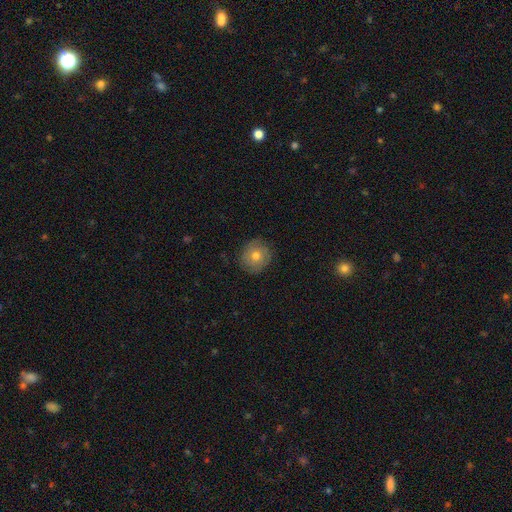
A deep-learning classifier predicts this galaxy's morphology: This appears to be a smooth galaxy with no disk features (50%). Merging: none (84%).